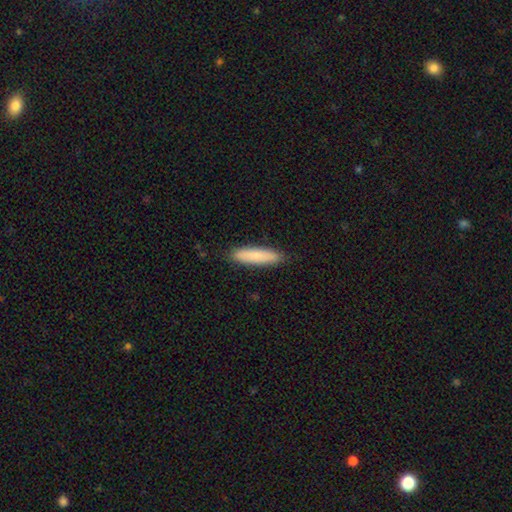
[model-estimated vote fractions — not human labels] Morphology: type=smooth (84%); roundness=cigar-shaped (77%); merging=none (88%).